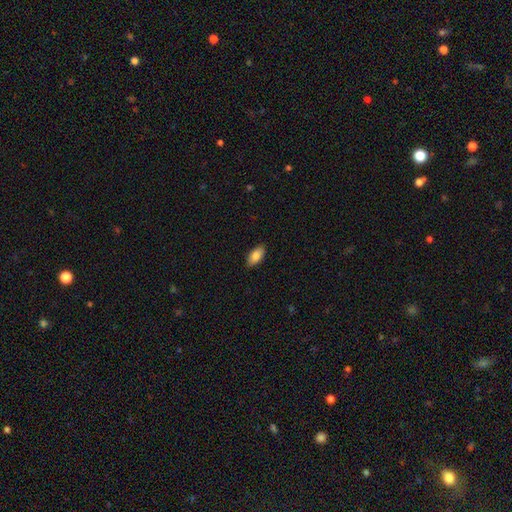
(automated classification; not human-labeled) smooth-or-featured: smooth: 85% | featured or disk: 9% | star or artifact: 7%
  how-rounded: in between: 90% | cigar-shaped: 7% | round: 2%
  merging: none: 87% | minor disturbance: 10% | major disturbance: 2% | merger: 1%